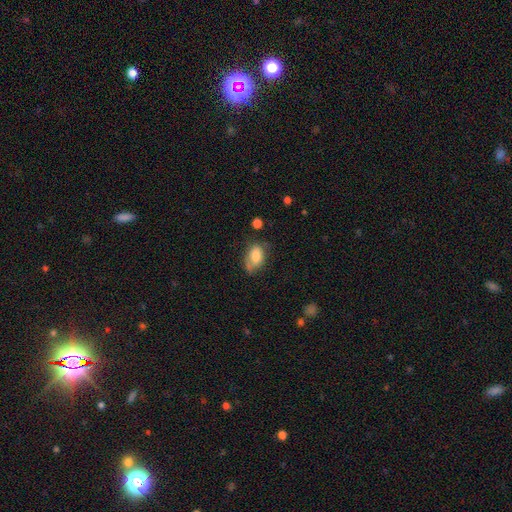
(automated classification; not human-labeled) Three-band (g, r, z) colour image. It shows a smooth galaxy with no disk features (78%) that is in between round and cigar-shaped (86%). Merging: none (49%).